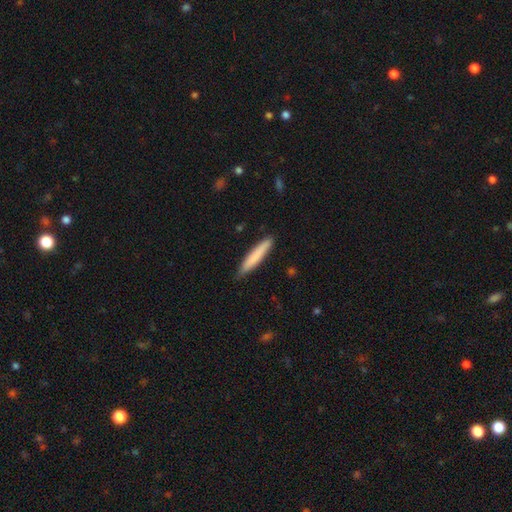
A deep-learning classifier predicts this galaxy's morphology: type=smooth (80%); roundness=cigar-shaped (93%); merging=none (87%).